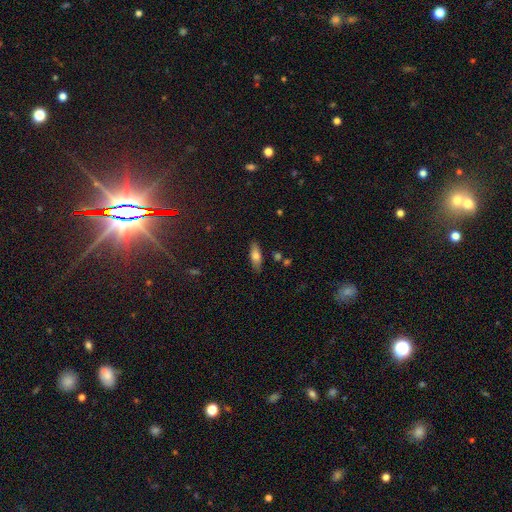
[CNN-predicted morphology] smooth-or-featured: smooth: 70% | featured or disk: 22% | star or artifact: 8%
  how-rounded: in between: 65% | cigar-shaped: 33% | round: 3%
  merging: none: 83% | minor disturbance: 11% | merger: 3% | major disturbance: 3%